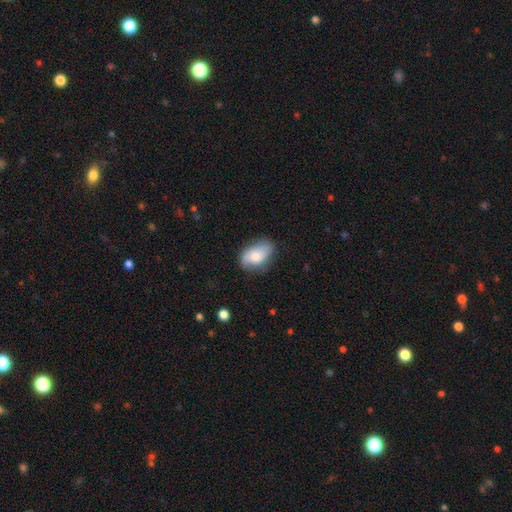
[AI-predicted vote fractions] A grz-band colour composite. It shows a smooth galaxy with no disk features (70%) that is in between round and cigar-shaped (90%). Merging: none (70%).